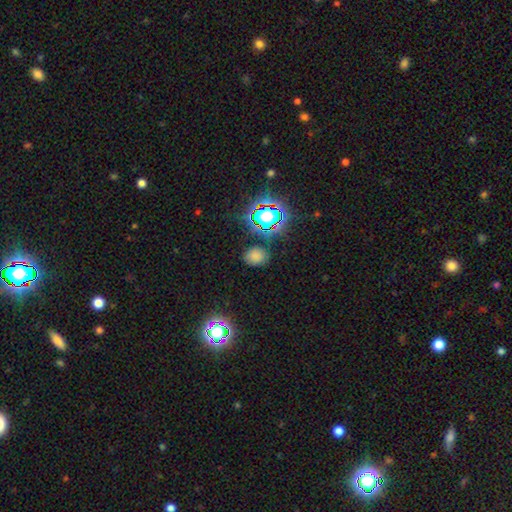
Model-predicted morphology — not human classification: This appears to be a smooth galaxy with no disk features (66%) that is round (53%). Merging: none (79%).